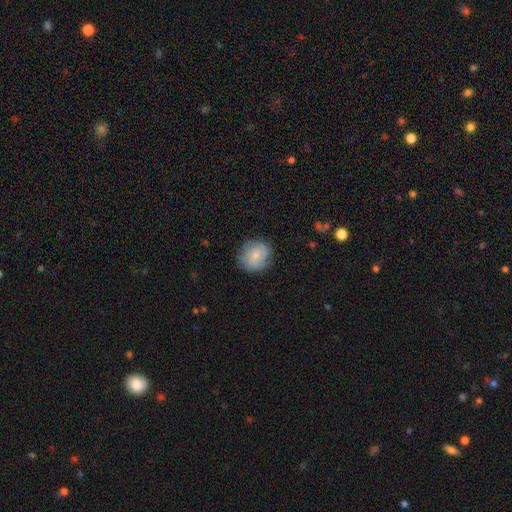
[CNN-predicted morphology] Smooth or featured? Predicted: featured or disk (p=0.48). Merging? Predicted: none (p=0.79).